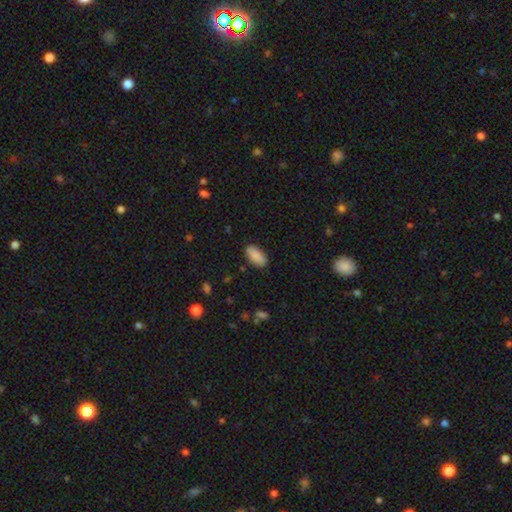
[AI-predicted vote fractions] The model was most divided on "merging": none: 86%, minor disturbance: 11%, major disturbance: 2%, merger: 1%. More confident: how rounded — in between (91%); smooth or featured — smooth (89%).